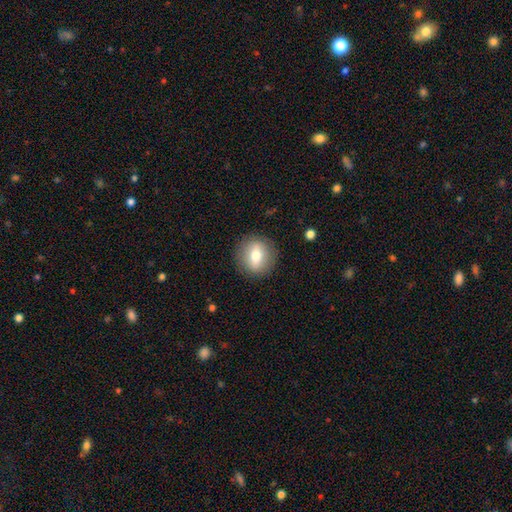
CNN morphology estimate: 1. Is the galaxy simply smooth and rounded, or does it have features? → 66% smooth, 26% featured or disk, 9% star or artifact.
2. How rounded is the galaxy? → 82% round, 16% in between, 1% cigar-shaped.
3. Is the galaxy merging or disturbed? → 88% none, 8% minor disturbance, 3% major disturbance, 1% merger.